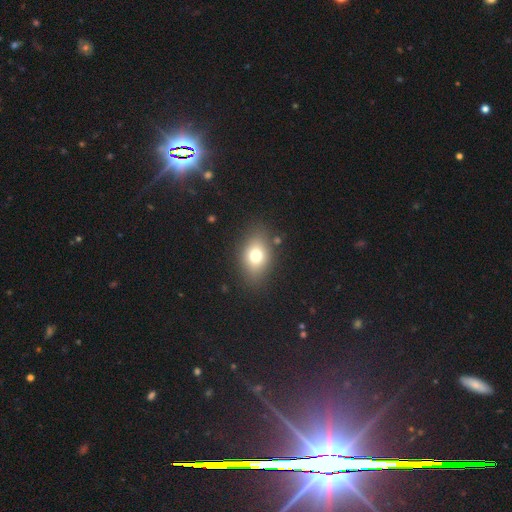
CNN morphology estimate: A smooth galaxy with no disk features (72%) that is in between round and cigar-shaped (68%).

Vote fractions:
- Smooth or featured? smooth: 72% / featured or disk: 15% / star or artifact: 12%
- How rounded? in between: 68% / round: 30% / cigar-shaped: 2%
- Merging? none: 81% / minor disturbance: 12% / major disturbance: 4% / merger: 3%